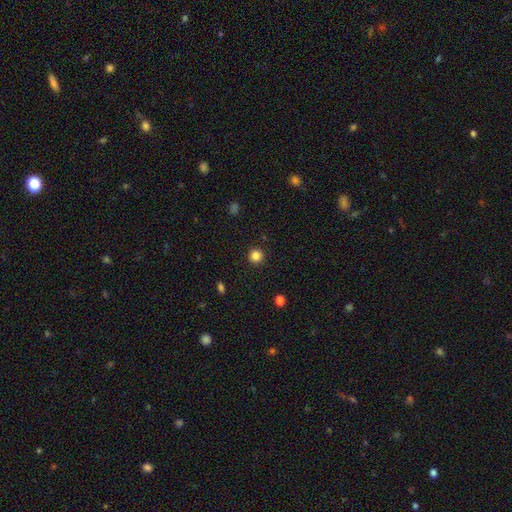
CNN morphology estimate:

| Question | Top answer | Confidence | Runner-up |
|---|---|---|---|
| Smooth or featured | smooth | 84% | star or artifact (12%) |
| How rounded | round | 95% | in between (5%) |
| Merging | none | 92% | minor disturbance (5%) |